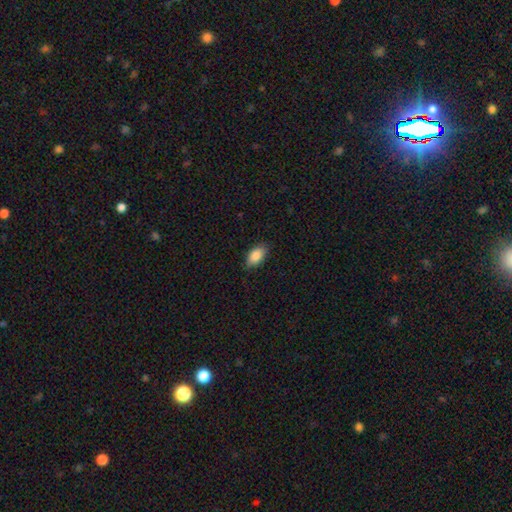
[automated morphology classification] This appears to be a smooth galaxy with no disk features (86%) that is in between round and cigar-shaped (92%). Merging: none (81%).